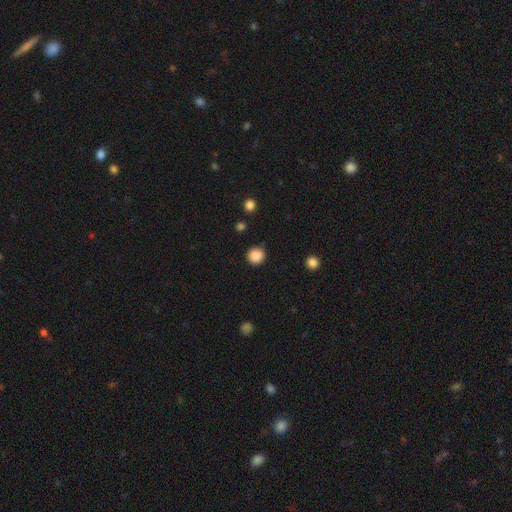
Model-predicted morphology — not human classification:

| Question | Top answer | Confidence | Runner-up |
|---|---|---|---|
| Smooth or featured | smooth | 87% | star or artifact (10%) |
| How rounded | round | 94% | in between (5%) |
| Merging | none | 88% | minor disturbance (8%) |